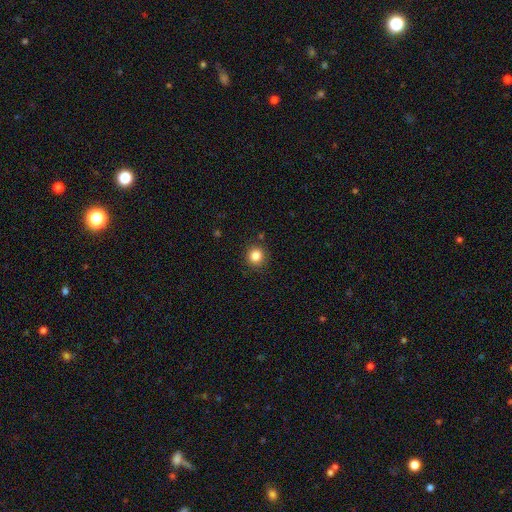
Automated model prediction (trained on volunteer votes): A smooth galaxy with no disk features (84%) that is round (90%).

Vote fractions:
- Smooth or featured? smooth: 84% / star or artifact: 11% / featured or disk: 4%
- How rounded? round: 90% / in between: 9% / cigar-shaped: 1%
- Merging? none: 88% / minor disturbance: 8% / major disturbance: 2% / merger: 2%